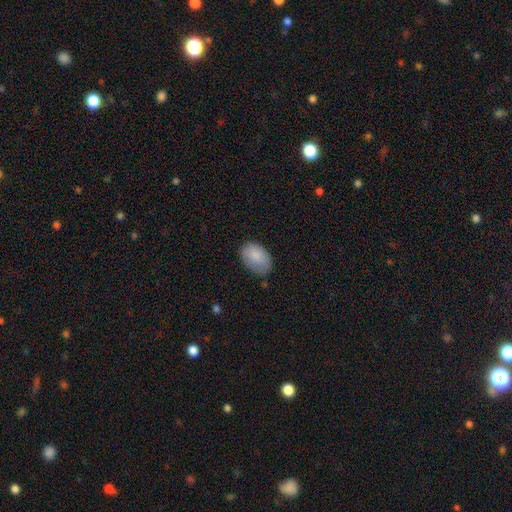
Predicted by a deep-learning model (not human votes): smooth-or-featured: smooth: 86% | featured or disk: 8% | star or artifact: 6%
  how-rounded: in between: 89% | round: 10% | cigar-shaped: 1%
  merging: none: 66% | minor disturbance: 26% | major disturbance: 6% | merger: 2%